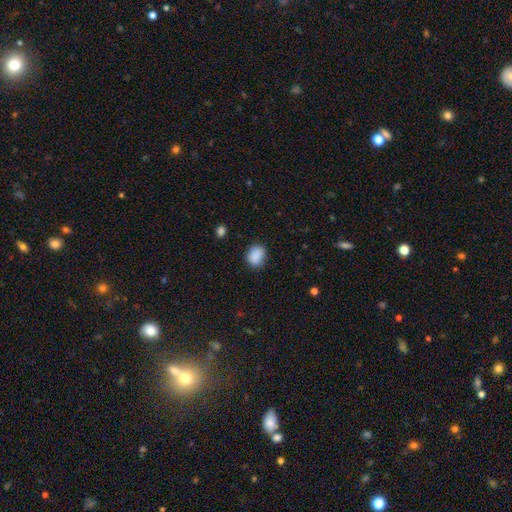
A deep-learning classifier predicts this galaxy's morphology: The model was most divided on "how rounded": round: 52%, in between: 47%, cigar-shaped: 1%. More confident: smooth or featured — smooth (88%); merging — none (78%).